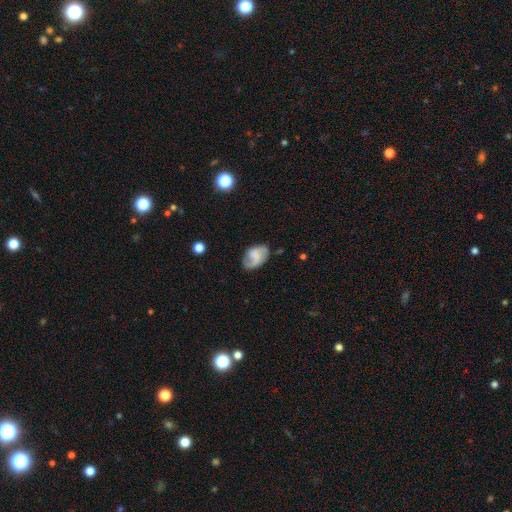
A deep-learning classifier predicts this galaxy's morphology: Smooth or featured?
  - featured or disk: 47% *
  - smooth: 44%
  - star or artifact: 9%
Merging?
  - none: 62% *
  - minor disturbance: 25%
  - major disturbance: 11%
  - merger: 3%